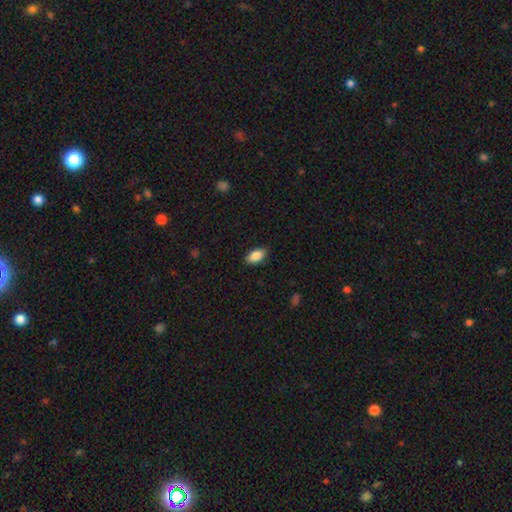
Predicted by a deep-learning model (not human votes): smooth 87%, star or artifact 7%, featured or disk 6%. Down the decision tree: how rounded — in between (92%); merging — none (88%).